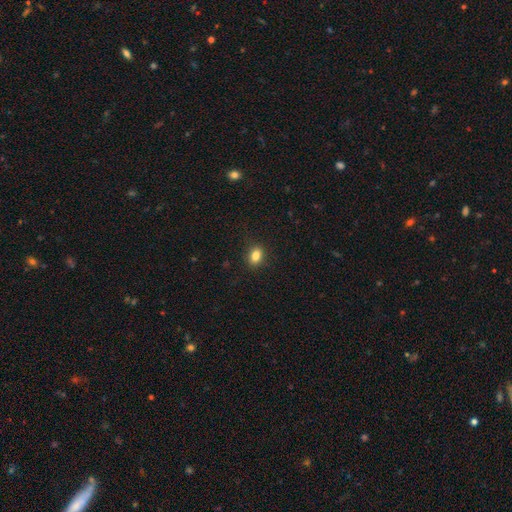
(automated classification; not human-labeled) Overall: smooth (83%). How rounded: in between (70%). Merging: none (87%).